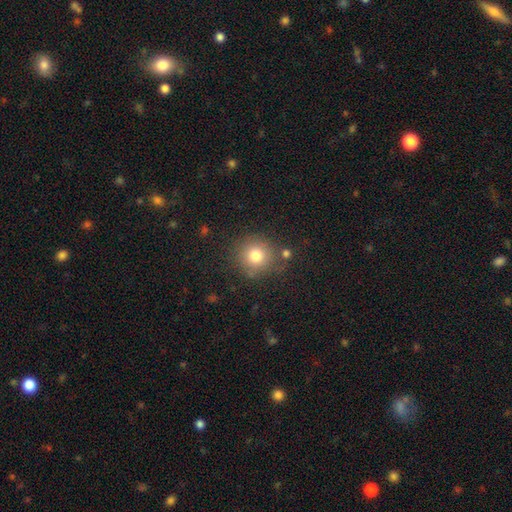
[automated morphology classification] The model was most divided on "smooth or featured": smooth: 78%, star or artifact: 13%, featured or disk: 10%. More confident: how rounded — round (91%); merging — none (77%).